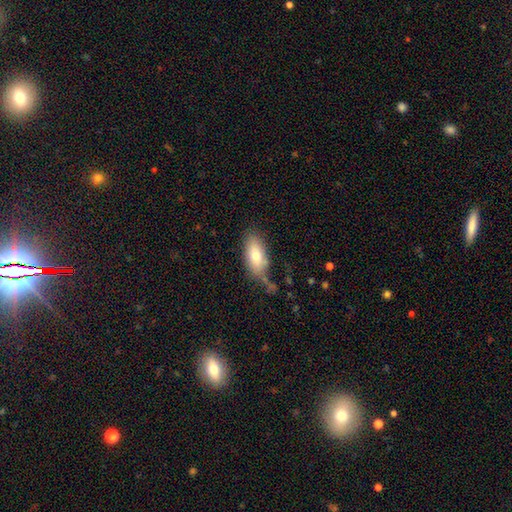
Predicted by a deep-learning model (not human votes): This is likely a smooth galaxy (75%). How rounded: clearly in between (90%). Merging: likely none (61%).